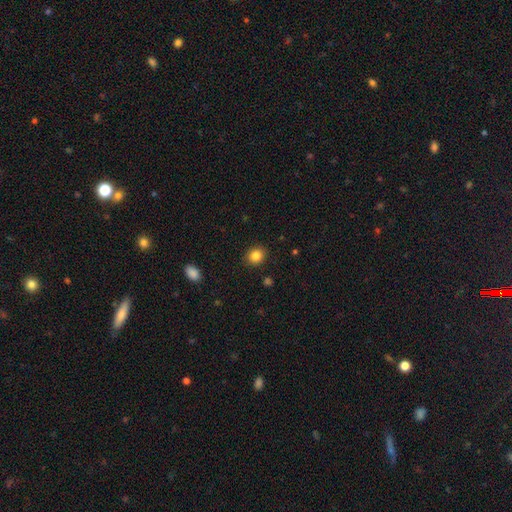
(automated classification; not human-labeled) This is clearly a smooth galaxy (84%). How rounded: possibly round (56%). Merging: clearly none (88%).